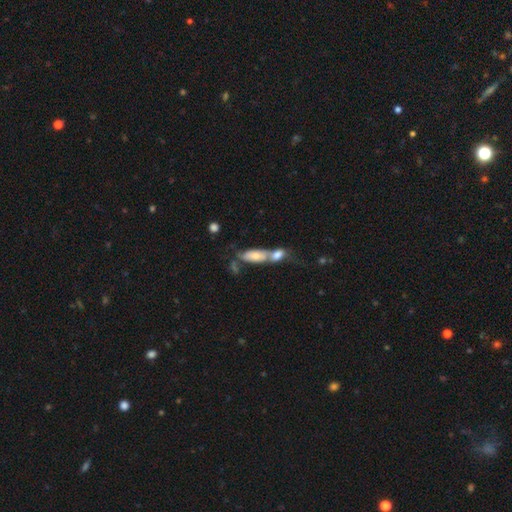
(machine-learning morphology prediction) Smooth or featured: smooth — 55% (featured or disk — 35%)
How rounded: in between — 67% (cigar-shaped — 28%)
Merging: merger — 62% (none — 22%)